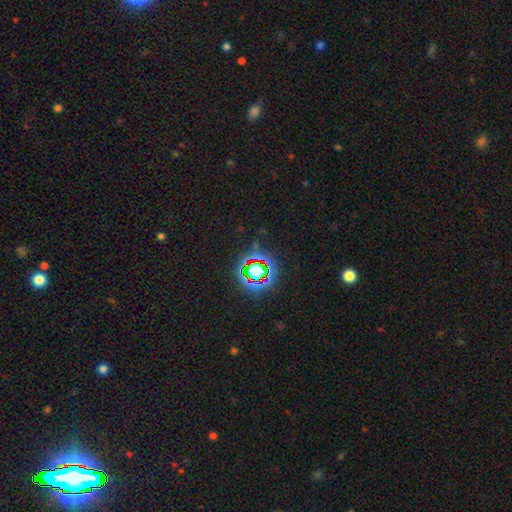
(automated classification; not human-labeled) smooth_or_featured: star or artifact (p=0.77) [alt: smooth p=0.14]